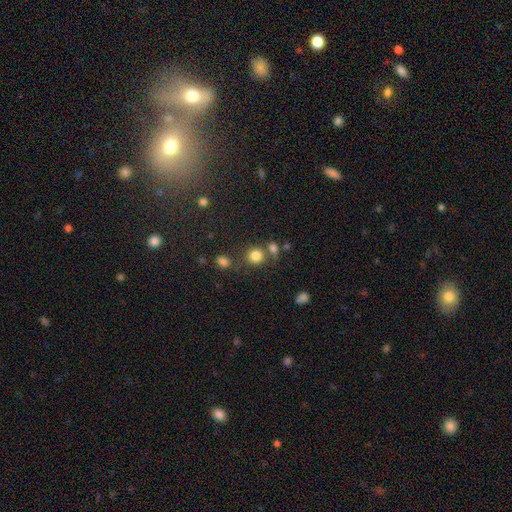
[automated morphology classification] Smooth or featured? smooth (81%)
How rounded? round (86%)
Merging? none (64%)